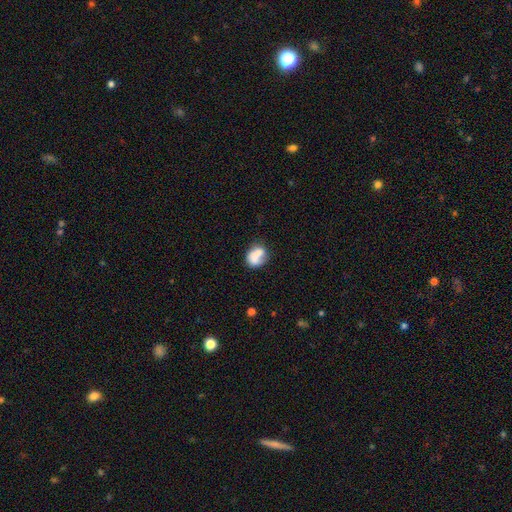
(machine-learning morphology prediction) Smooth or featured? smooth (71%)
How rounded? in between (60%)
Merging? none (40%)